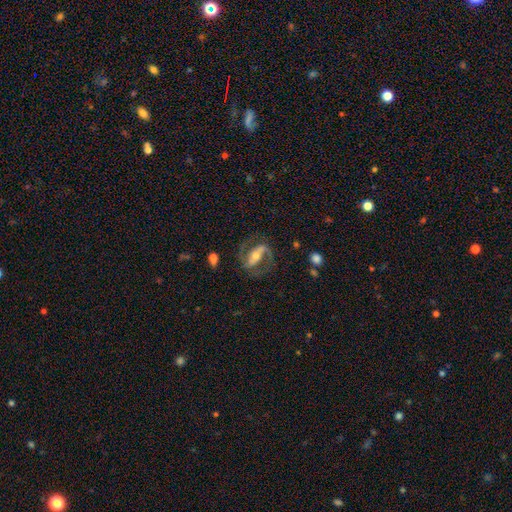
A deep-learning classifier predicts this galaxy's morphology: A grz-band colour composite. It shows a featured or disk galaxy (85%) with a strong bar (57%), 2 (90%) medium (55%) spiral arms (93%) and a moderate central bulge (56%). Merging: none (74%).